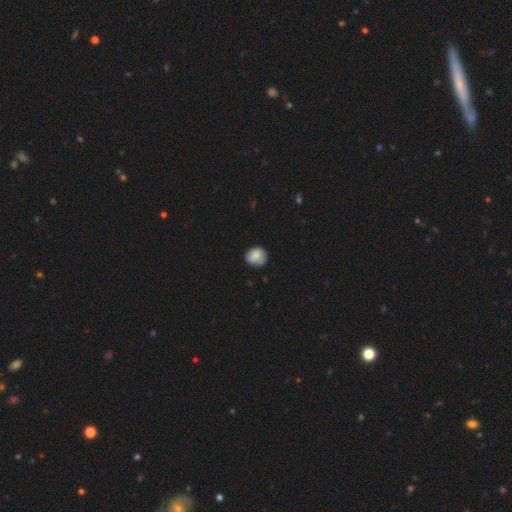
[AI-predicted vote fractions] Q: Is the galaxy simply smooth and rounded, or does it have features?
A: smooth — 82%.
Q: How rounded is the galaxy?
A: round — 77%.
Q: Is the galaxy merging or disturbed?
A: none — 74%.